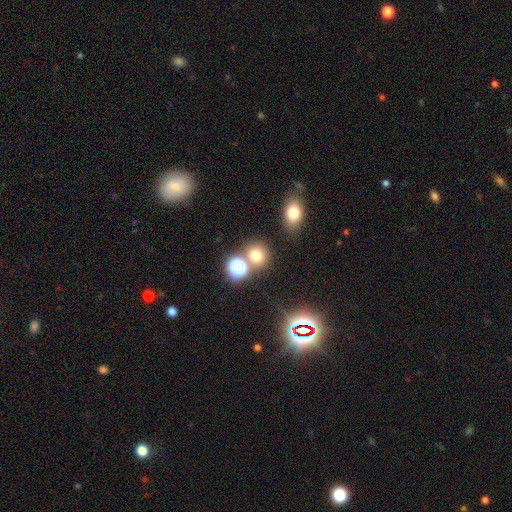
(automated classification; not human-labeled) Q: Smooth or featured?
A: smooth (71%); runner-up: star or artifact (21%)
Q: How rounded?
A: round (83%); runner-up: in between (15%)
Q: Merging?
A: none (69%); runner-up: merger (19%)